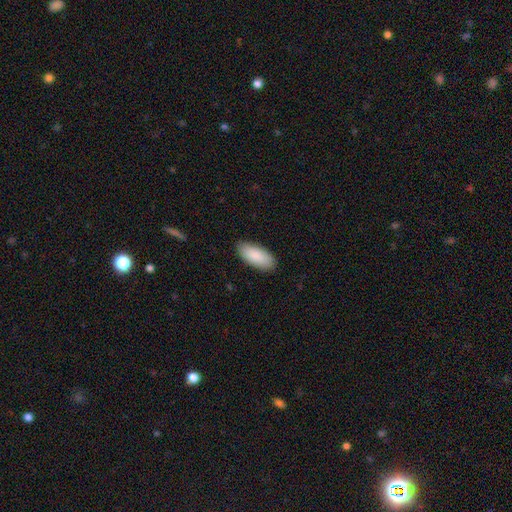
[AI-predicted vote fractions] Morphology: type=smooth (89%); roundness=in between (88%); merging=none (88%).